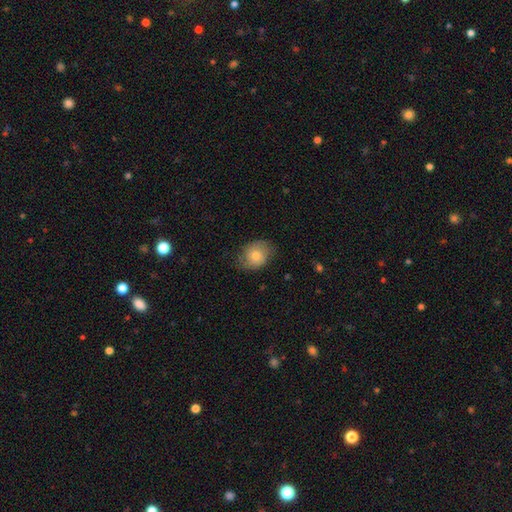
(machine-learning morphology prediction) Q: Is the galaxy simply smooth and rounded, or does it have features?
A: smooth — 70%.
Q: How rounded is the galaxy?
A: in between — 54%.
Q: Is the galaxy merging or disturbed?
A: none — 68%.